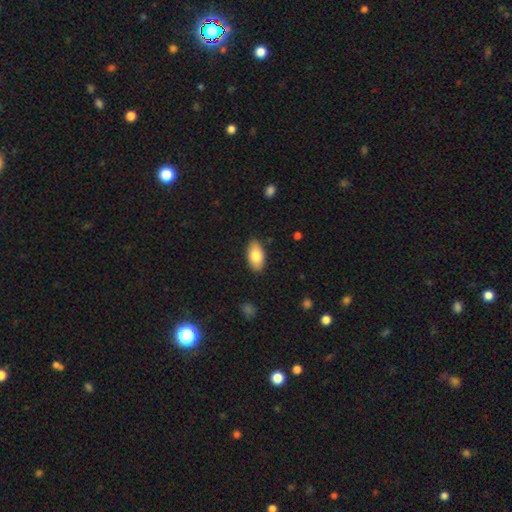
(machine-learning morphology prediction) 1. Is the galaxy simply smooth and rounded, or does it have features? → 80% smooth, 14% featured or disk, 6% star or artifact.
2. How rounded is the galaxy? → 94% in between, 4% round, 3% cigar-shaped.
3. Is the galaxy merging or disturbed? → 87% none, 9% minor disturbance, 2% major disturbance, 1% merger.